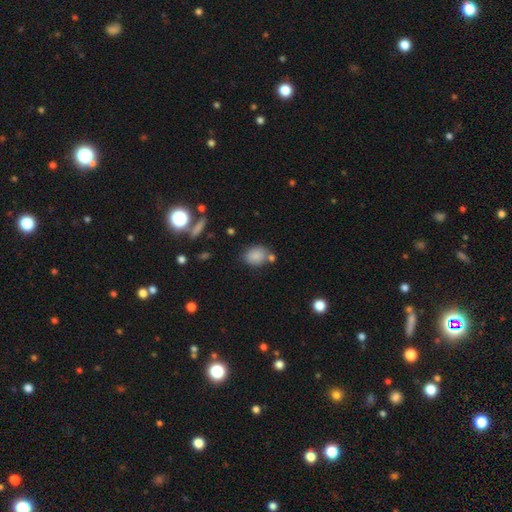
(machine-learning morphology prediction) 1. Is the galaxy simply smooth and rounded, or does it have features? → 84% smooth, 9% star or artifact, 7% featured or disk.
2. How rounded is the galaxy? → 58% in between, 40% round, 1% cigar-shaped.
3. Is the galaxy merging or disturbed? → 66% none, 16% minor disturbance, 14% merger, 5% major disturbance.